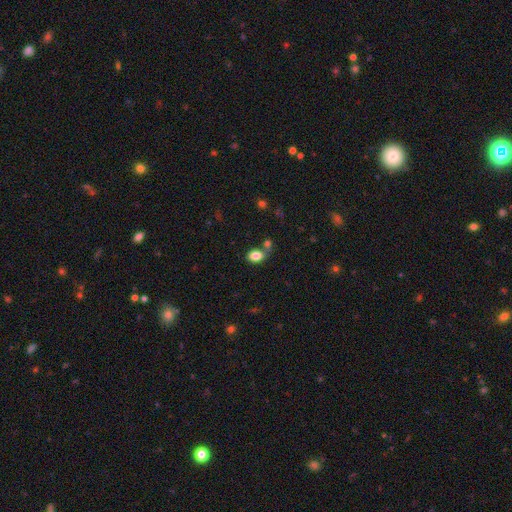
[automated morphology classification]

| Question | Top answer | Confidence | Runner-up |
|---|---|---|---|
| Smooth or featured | smooth | 84% | star or artifact (9%) |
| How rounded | in between | 83% | round (16%) |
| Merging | none | 60% | merger (21%) |